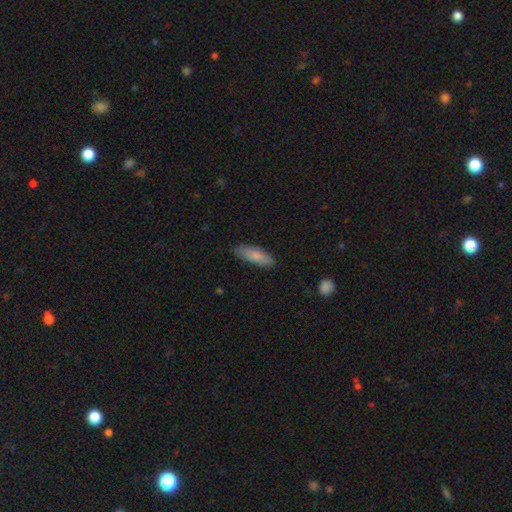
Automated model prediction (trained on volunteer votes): Smooth or featured: smooth — 82% (featured or disk — 12%)
How rounded: in between — 53% (cigar-shaped — 45%)
Merging: none — 82% (minor disturbance — 14%)